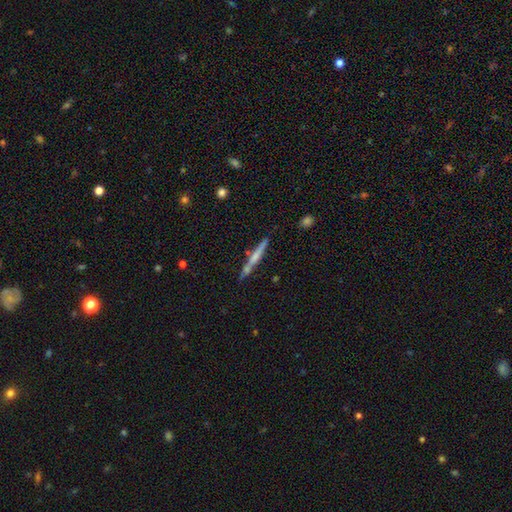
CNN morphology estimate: type=smooth (49%); merging=none (71%).